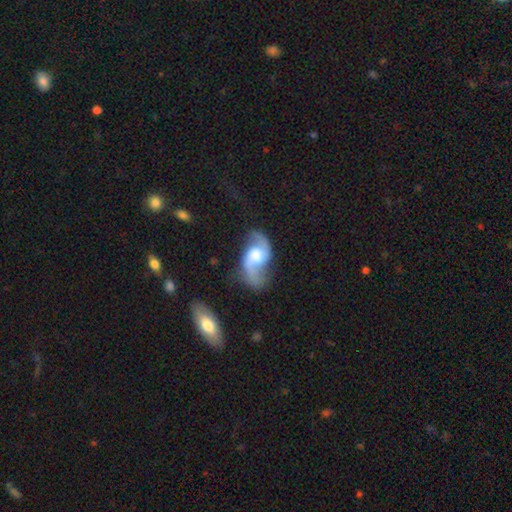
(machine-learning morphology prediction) Smooth or featured? featured or disk (86%)
Edge-on disk? no (97%)
Bar? no (49%)
Spiral arms? yes (96%)
Spiral winding? loose (57%)
Spiral arm count? 2 (91%)
Bulge size? moderate (43%)
Merging? none (60%)